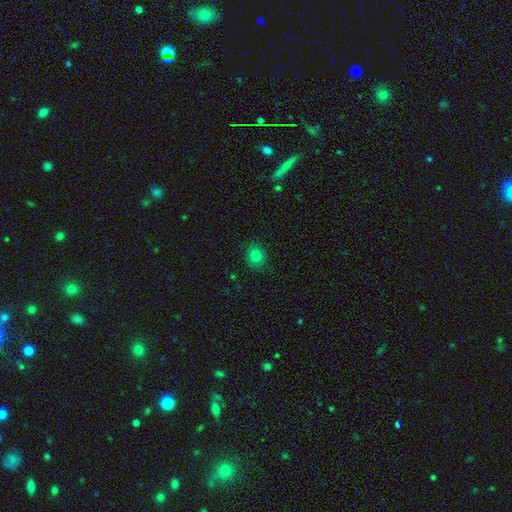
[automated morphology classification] Smooth or featured? Predicted: smooth (p=0.80). How rounded? Predicted: round (p=0.67). Merging? Predicted: none (p=0.85).